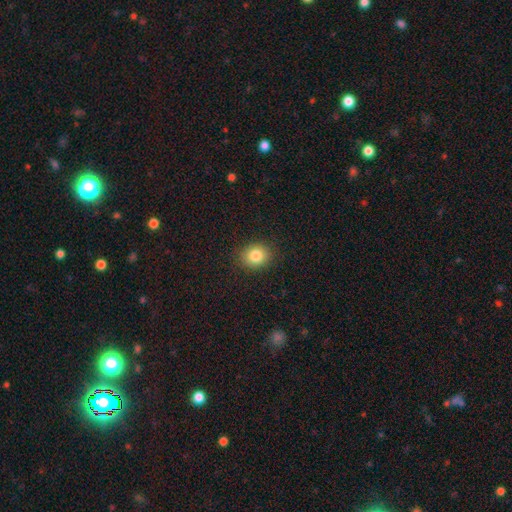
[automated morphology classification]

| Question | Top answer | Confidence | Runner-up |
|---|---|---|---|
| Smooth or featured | smooth | 83% | star or artifact (10%) |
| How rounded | round | 63% | in between (36%) |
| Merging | none | 89% | minor disturbance (8%) |